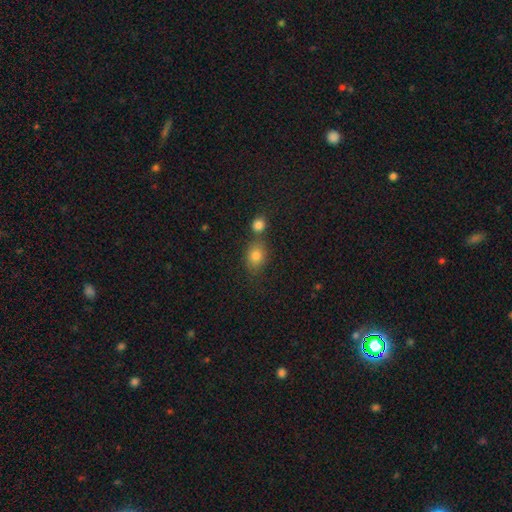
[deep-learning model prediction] This appears to be a smooth galaxy with no disk features (81%) that is in between round and cigar-shaped (53%). Merging: none (55%).